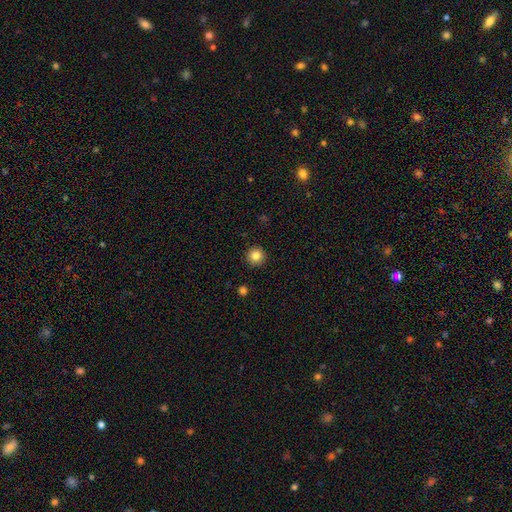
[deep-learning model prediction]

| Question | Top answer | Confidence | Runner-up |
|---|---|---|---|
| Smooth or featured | smooth | 84% | star or artifact (10%) |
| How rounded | round | 96% | in between (3%) |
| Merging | none | 93% | minor disturbance (5%) |